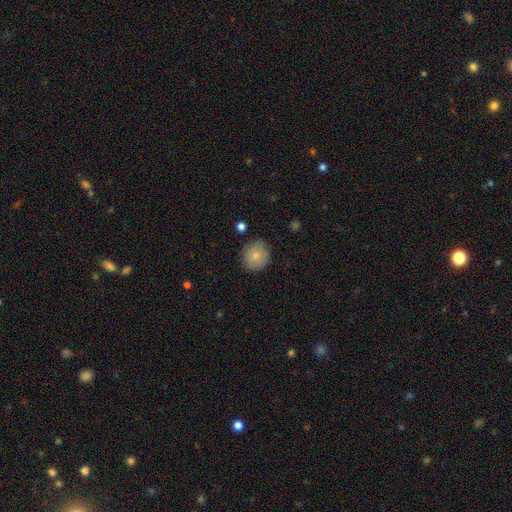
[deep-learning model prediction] The model was most divided on "merging": none: 80%, minor disturbance: 15%, major disturbance: 3%, merger: 2%. More confident: how rounded — round (85%); smooth or featured — smooth (78%).